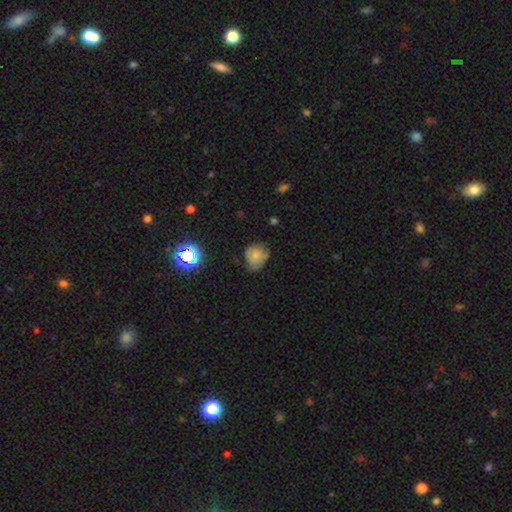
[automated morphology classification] Smooth or featured?
  - smooth: 62% *
  - featured or disk: 25%
  - star or artifact: 13%
How rounded?
  - round: 70% *
  - in between: 29%
  - cigar-shaped: 1%
Merging?
  - none: 55% *
  - minor disturbance: 34%
  - major disturbance: 10%
  - merger: 2%